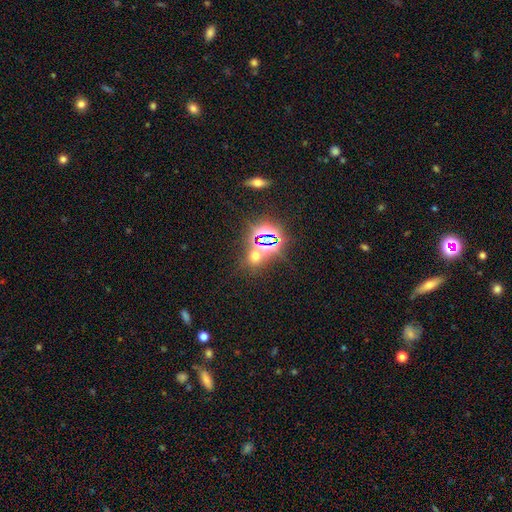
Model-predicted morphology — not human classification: This is possibly a star or artifact rather than a galaxy (55%).